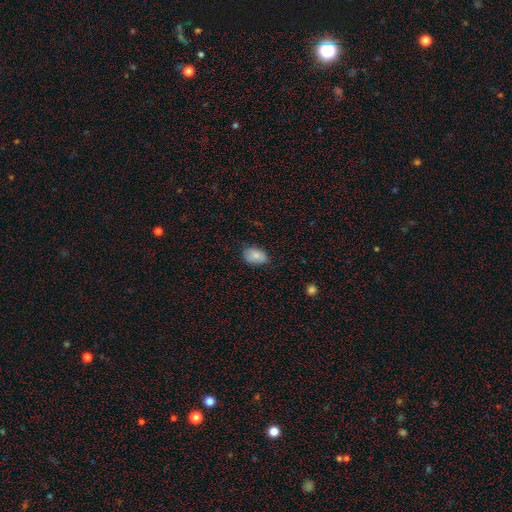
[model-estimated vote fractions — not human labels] Morphology: type=smooth (82%); roundness=in between (85%); merging=none (66%).